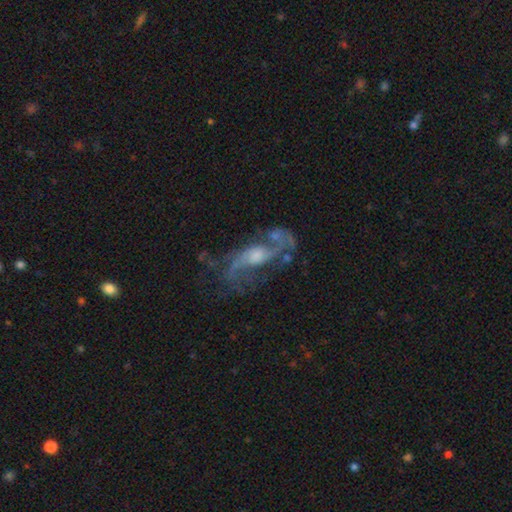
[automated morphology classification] Q: Smooth or featured?
A: featured or disk (84%); runner-up: smooth (9%)
Q: Edge-on disk?
A: no (92%); runner-up: yes (8%)
Q: Bar?
A: no (53%); runner-up: weak (37%)
Q: Spiral arms?
A: yes (92%); runner-up: no (8%)
Q: Spiral winding?
A: loose (58%); runner-up: medium (33%)
Q: Spiral arm count?
A: 2 (80%); runner-up: can't tell (8%)
Q: Bulge size?
A: moderate (49%); runner-up: small (27%)
Q: Merging?
A: none (51%); runner-up: major disturbance (22%)